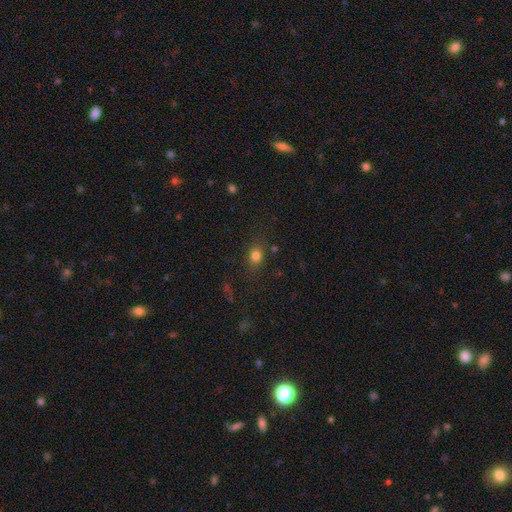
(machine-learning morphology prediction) Smooth or featured? Predicted: smooth (p=0.78). How rounded? Predicted: round (p=0.51). Merging? Predicted: none (p=0.79).